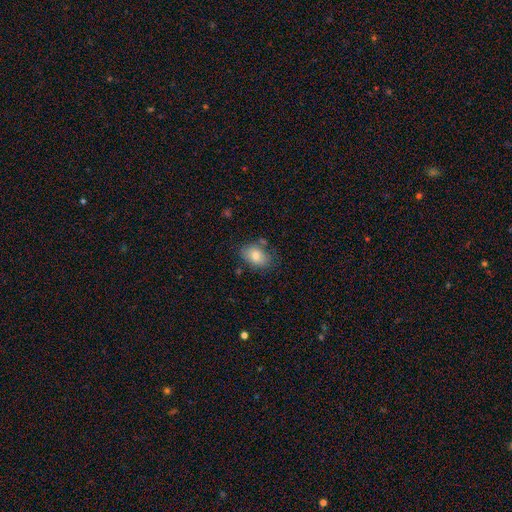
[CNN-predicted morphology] A smooth galaxy with no disk features (77%) that is in between round and cigar-shaped (83%).

Vote fractions:
- Smooth or featured? smooth: 77% / featured or disk: 15% / star or artifact: 8%
- How rounded? in between: 83% / round: 16% / cigar-shaped: 1%
- Merging? none: 70% / minor disturbance: 19% / merger: 6% / major disturbance: 5%